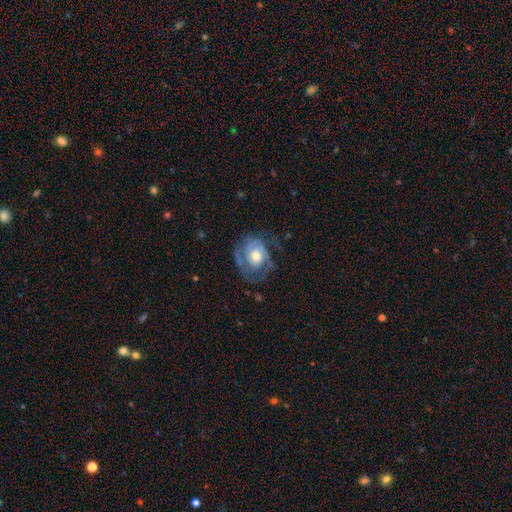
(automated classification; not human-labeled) This is likely a featured or disk galaxy (67%). It is clearly not viewed edge-on (97%). Bar: clearly no (81%). Spiral arm pattern: likely yes (75%). Central bulge: likely moderate (61%). Merging: possibly none (55%).